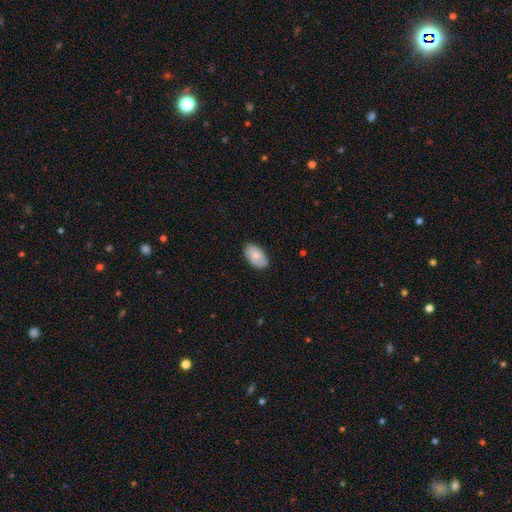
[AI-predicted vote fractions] This is likely a smooth galaxy (80%). How rounded: clearly in between (94%). Merging: clearly none (85%).